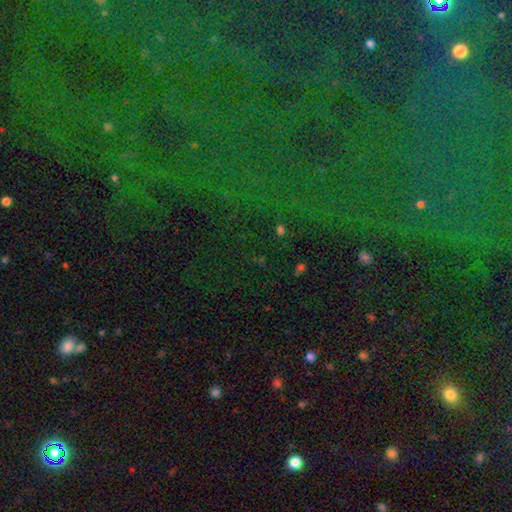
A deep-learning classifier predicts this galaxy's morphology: This appears to be a star or artifact, not a galaxy (83%).